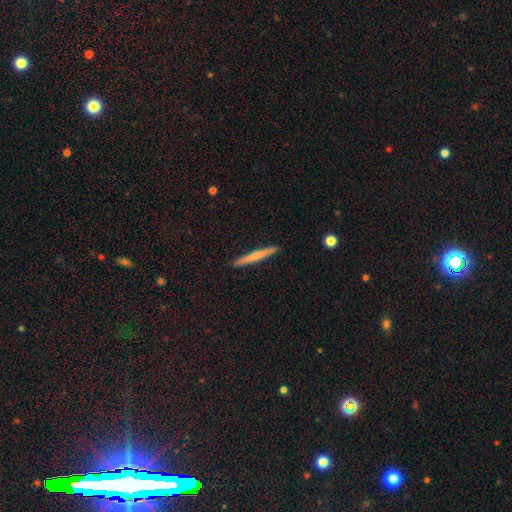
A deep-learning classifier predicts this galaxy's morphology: Smooth or featured? Predicted: smooth (p=0.56). How rounded? Predicted: cigar-shaped (p=0.96). Merging? Predicted: none (p=0.92).